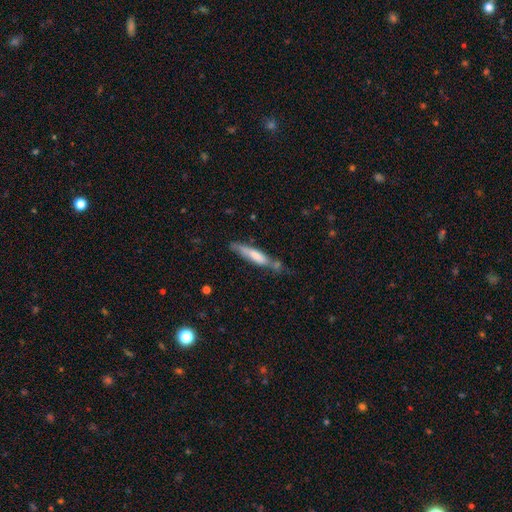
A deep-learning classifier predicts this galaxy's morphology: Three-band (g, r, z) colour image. It shows a smooth galaxy with no disk features (64%) that is cigar-shaped (82%). Merging: none (47%).